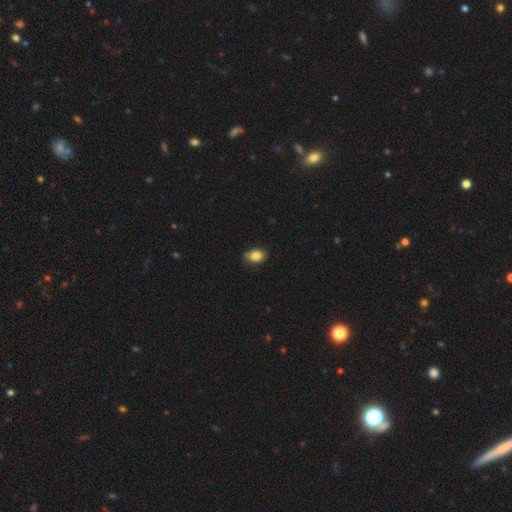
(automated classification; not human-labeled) This appears to be a smooth galaxy with no disk features (85%) that is in between round and cigar-shaped (79%). Merging: none (76%).